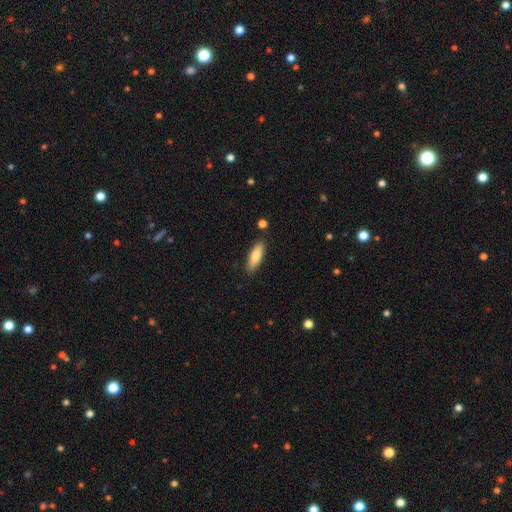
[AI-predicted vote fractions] Overall: smooth (80%). How rounded: in between (52%; cigar-shaped 47%). Merging: none (85%).